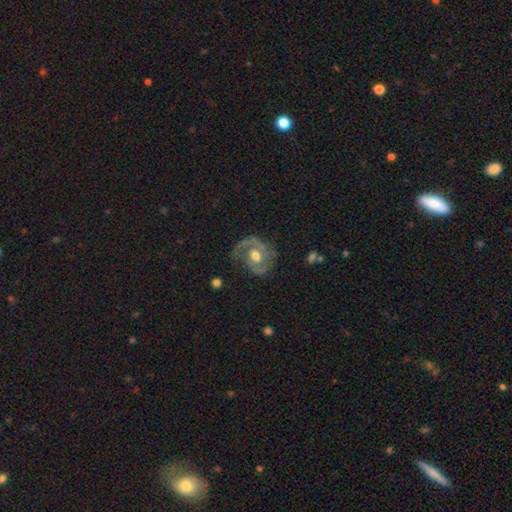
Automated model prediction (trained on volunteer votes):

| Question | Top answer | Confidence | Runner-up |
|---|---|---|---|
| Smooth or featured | featured or disk | 84% | smooth (11%) |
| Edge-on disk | no | 98% | yes (2%) |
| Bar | no | 64% | weak (30%) |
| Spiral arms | yes | 93% | no (7%) |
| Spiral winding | medium | 45% | tight (42%) |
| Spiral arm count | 2 | 79% | 1 (10%) |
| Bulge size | moderate | 73% | large (17%) |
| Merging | none | 73% | minor disturbance (17%) |